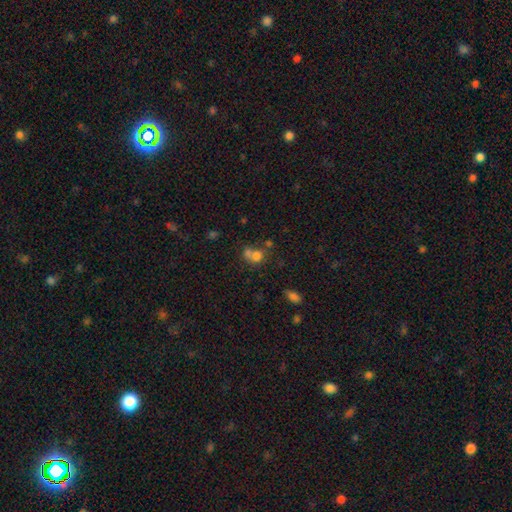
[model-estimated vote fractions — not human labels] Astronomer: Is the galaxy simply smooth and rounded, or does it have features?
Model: smooth — 71%.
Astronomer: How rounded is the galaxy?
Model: round — 63%.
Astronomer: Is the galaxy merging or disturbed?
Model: merger — 53% (runner-up: none, 31%).